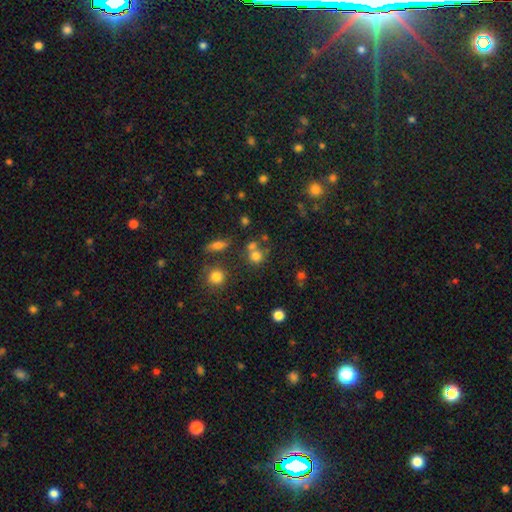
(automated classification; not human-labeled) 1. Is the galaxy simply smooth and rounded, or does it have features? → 72% smooth, 17% star or artifact, 11% featured or disk.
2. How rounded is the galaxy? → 83% round, 16% in between, 1% cigar-shaped.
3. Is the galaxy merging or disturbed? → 52% none, 33% merger, 10% minor disturbance, 5% major disturbance.